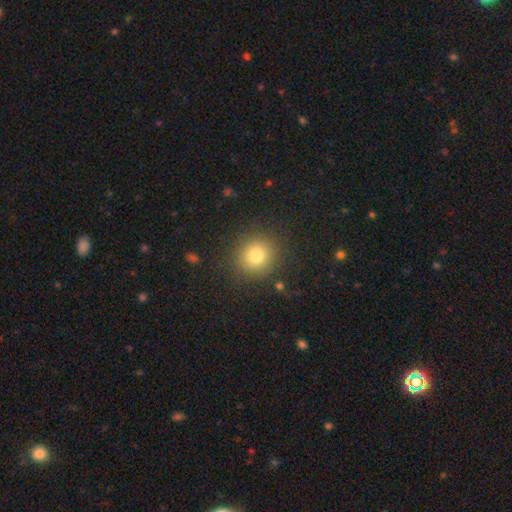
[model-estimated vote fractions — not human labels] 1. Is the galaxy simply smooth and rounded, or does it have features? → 79% smooth, 13% star or artifact, 8% featured or disk.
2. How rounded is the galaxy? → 88% round, 11% in between, 1% cigar-shaped.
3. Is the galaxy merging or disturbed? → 88% none, 7% minor disturbance, 3% major disturbance, 1% merger.